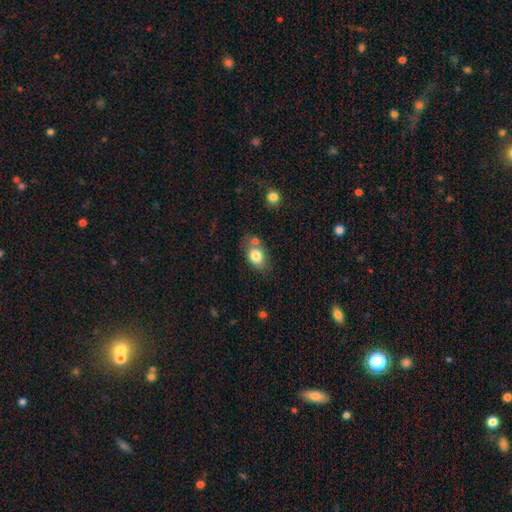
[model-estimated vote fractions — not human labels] A smooth galaxy with no disk features (80%) that is in between round and cigar-shaped (75%).

Vote fractions:
- Smooth or featured? smooth: 80% / featured or disk: 12% / star or artifact: 8%
- How rounded? in between: 75% / round: 23% / cigar-shaped: 2%
- Merging? none: 58% / merger: 19% / minor disturbance: 18% / major disturbance: 5%